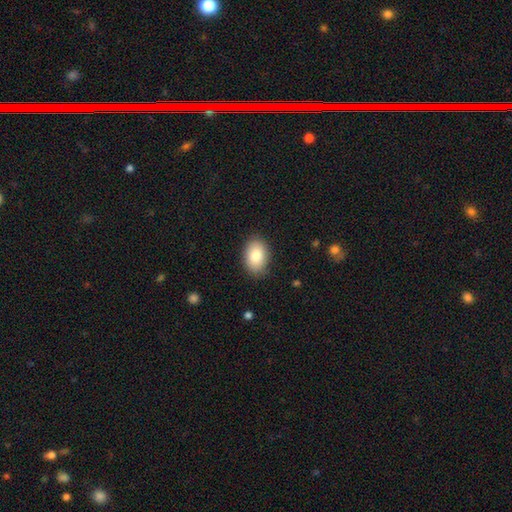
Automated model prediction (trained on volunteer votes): Morphology: type=smooth (85%); roundness=in between (85%); merging=none (86%).